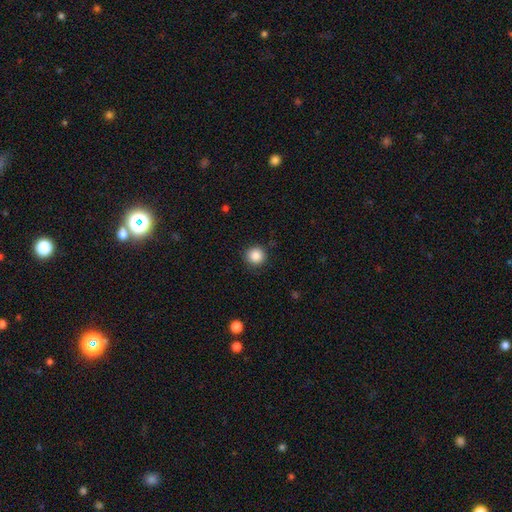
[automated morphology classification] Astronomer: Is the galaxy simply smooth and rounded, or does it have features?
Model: smooth — 86%.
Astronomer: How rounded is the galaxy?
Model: round — 95%.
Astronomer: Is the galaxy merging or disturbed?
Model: none — 89%.